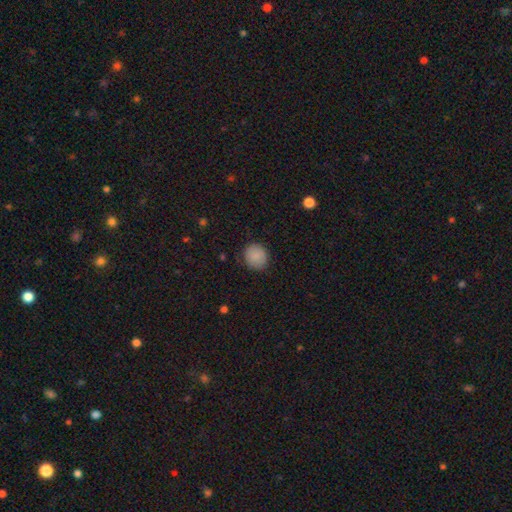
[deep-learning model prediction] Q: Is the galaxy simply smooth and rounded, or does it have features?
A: smooth — 87%.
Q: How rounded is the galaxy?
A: round — 86%.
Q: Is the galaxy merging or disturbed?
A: none — 85%.